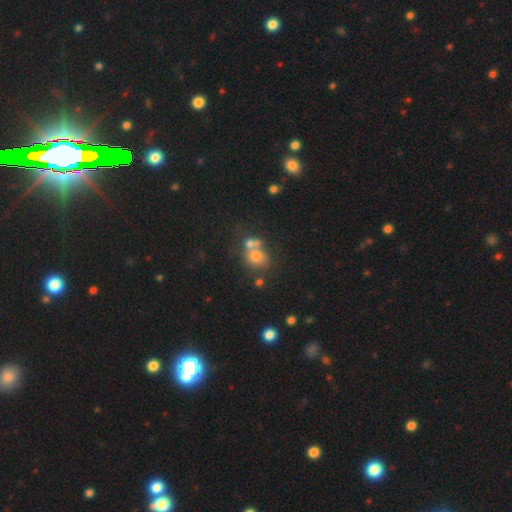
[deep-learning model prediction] A smooth galaxy with no disk features (66%) that is round (72%). Merging: merger (45%).